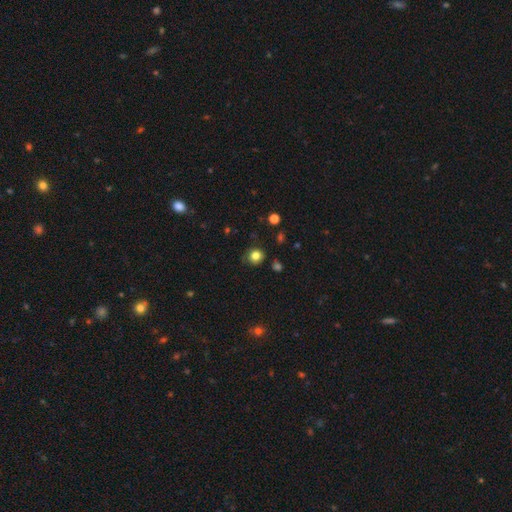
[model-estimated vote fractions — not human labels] smooth 80%, star or artifact 12%, featured or disk 8%. Down the decision tree: how rounded — round (82%); merging — none (76%).